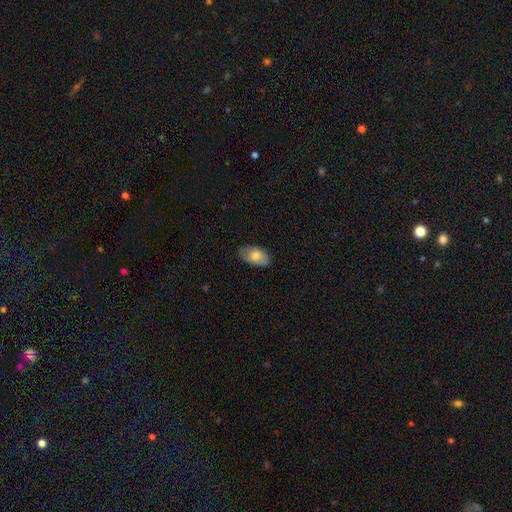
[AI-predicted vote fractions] This is likely a smooth galaxy (73%). How rounded: clearly in between (93%). Merging: likely none (75%).